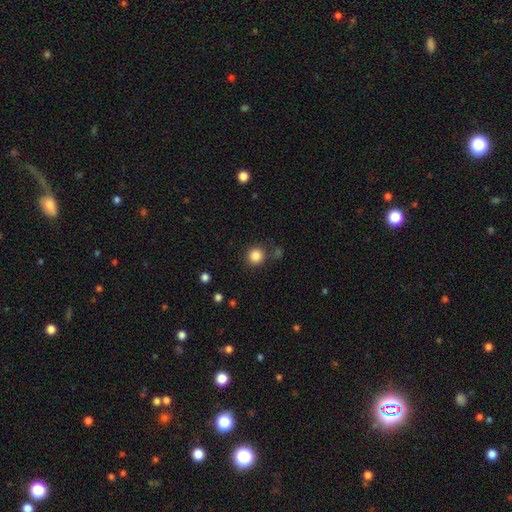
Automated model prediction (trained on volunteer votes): A smooth galaxy with no disk features (85%) that is round (92%).

Vote fractions:
- Smooth or featured? smooth: 85% / star or artifact: 11% / featured or disk: 4%
- How rounded? round: 92% / in between: 7% / cigar-shaped: 1%
- Merging? none: 83% / minor disturbance: 9% / merger: 5% / major disturbance: 4%